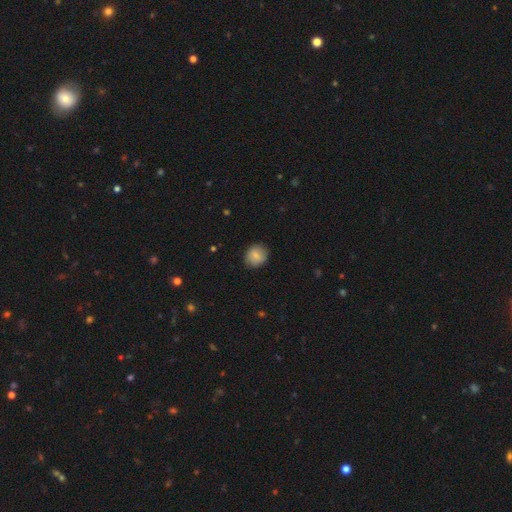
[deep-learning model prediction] Smooth or featured?
  - smooth: 81% *
  - featured or disk: 11%
  - star or artifact: 8%
How rounded?
  - round: 81% *
  - in between: 18%
  - cigar-shaped: 1%
Merging?
  - none: 84% *
  - minor disturbance: 12%
  - major disturbance: 3%
  - merger: 1%